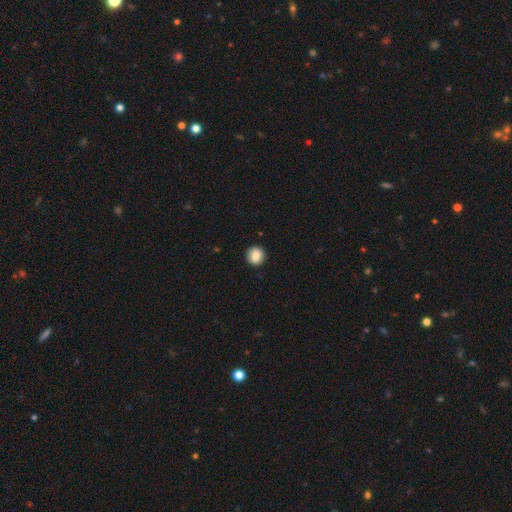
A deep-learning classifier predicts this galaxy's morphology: smooth_or_featured: smooth (p=0.86) [alt: star or artifact p=0.08]
how_rounded: round (p=0.88) [alt: in between p=0.11]
merging: none (p=0.91) [alt: minor disturbance p=0.06]